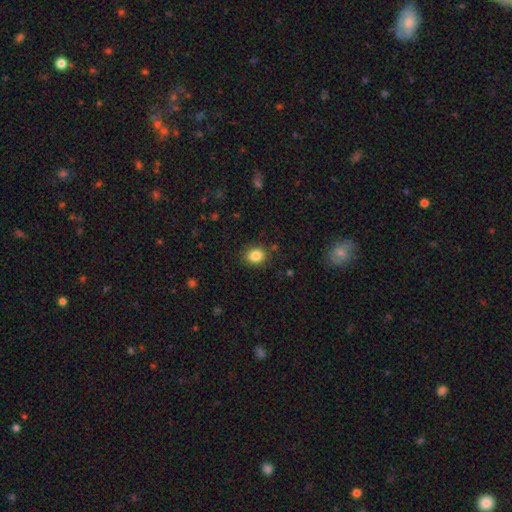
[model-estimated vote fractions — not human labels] This appears to be a smooth galaxy with no disk features (85%) that is round (54%). Merging: none (86%).